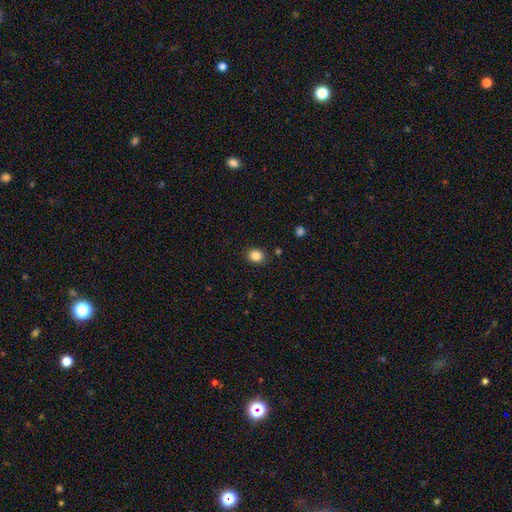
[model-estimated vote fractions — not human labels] Morphology: type=smooth (86%); roundness=round (71%); merging=none (88%).